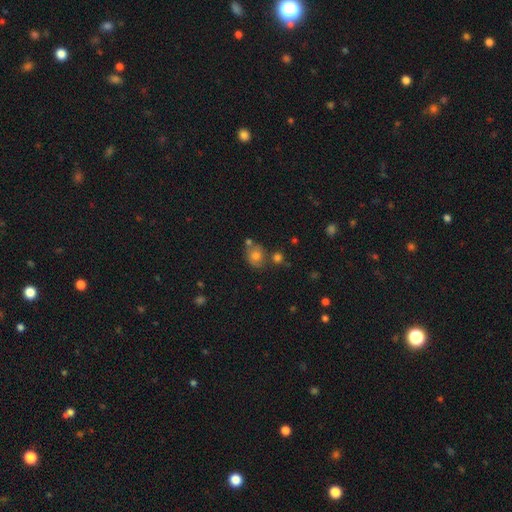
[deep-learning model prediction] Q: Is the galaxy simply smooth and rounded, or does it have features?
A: smooth — 72%.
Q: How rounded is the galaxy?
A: round — 59%.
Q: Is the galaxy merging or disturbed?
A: none — 58%.